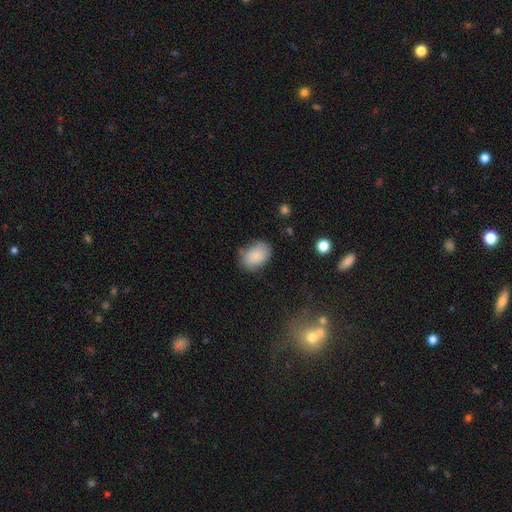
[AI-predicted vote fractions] smooth 85%, featured or disk 8%, star or artifact 7%. Down the decision tree: how rounded — in between (83%); merging — none (71%).